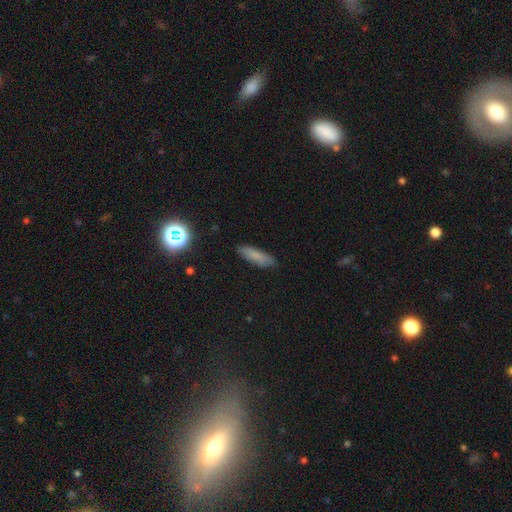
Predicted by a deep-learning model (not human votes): Morphology: type=smooth (77%); roundness=cigar-shaped (58%); merging=none (85%).